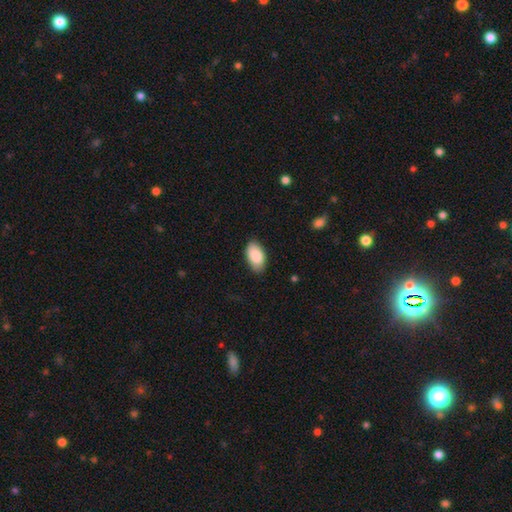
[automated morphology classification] A smooth galaxy with no disk features (89%) that is in between round and cigar-shaped (95%).

Vote fractions:
- Smooth or featured? smooth: 89% / star or artifact: 6% / featured or disk: 6%
- How rounded? in between: 95% / round: 3% / cigar-shaped: 2%
- Merging? none: 83% / minor disturbance: 13% / major disturbance: 2% / merger: 1%